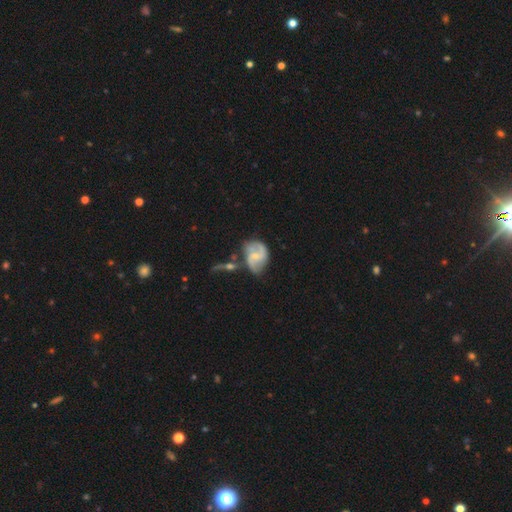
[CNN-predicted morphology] The model was most divided on "bar": no: 48%, weak: 42%, strong: 10%. Remaining: edge-on disk — no (97%); spiral arms — yes (93%); smooth or featured — featured or disk (78%); spiral arm count — 2 (78%); bulge size — small (59%); spiral winding — medium (48%); merging — none (48%).